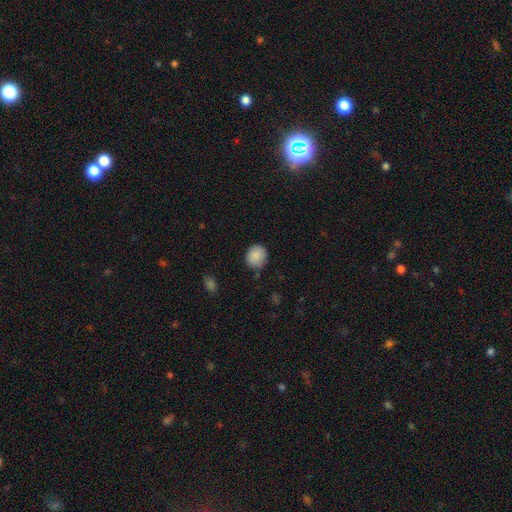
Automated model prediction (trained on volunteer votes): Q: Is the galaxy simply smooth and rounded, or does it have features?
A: smooth — 88%.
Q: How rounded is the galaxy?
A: round — 78%.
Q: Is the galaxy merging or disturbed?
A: none — 80%.